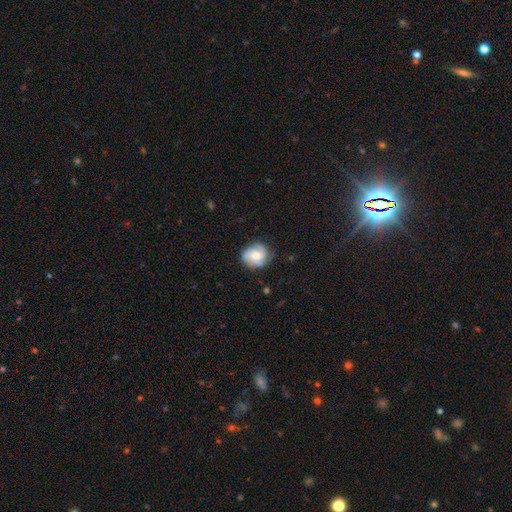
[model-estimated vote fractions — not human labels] featured or disk 49%, smooth 43%, star or artifact 8%. Down the decision tree: merging — none (73%).